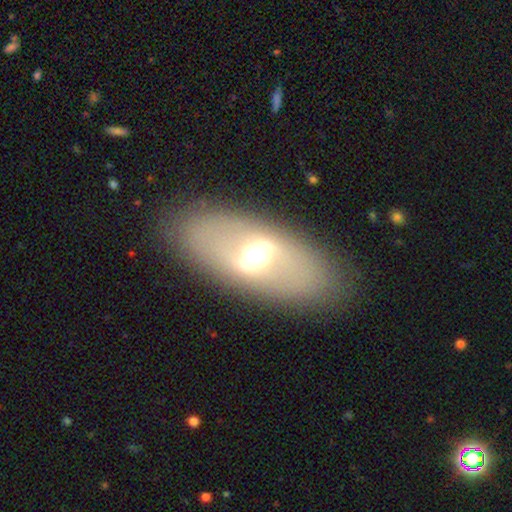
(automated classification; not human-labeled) Overall: featured or disk (55%; smooth 35%). Edge-on disk: no (75%). Merging: none (84%).